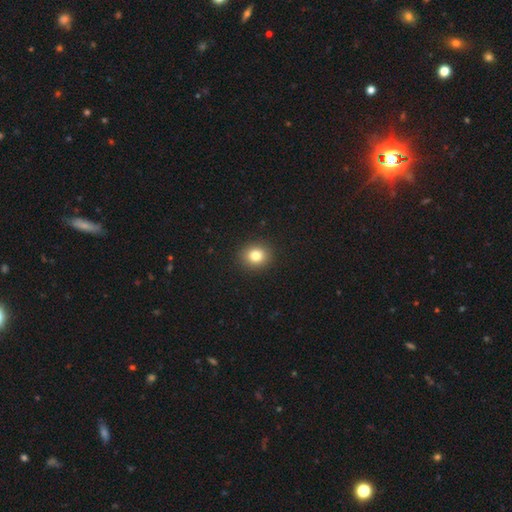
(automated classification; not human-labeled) This is clearly a smooth galaxy (81%). How rounded: likely round (76%). Merging: clearly none (91%).